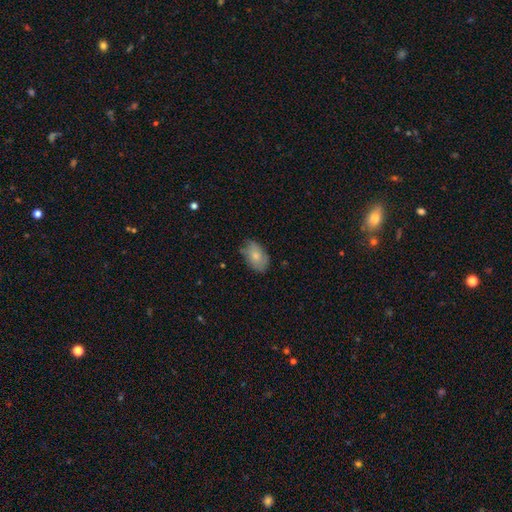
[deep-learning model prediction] This appears to be a smooth galaxy with no disk features (73%) that is in between round and cigar-shaped (89%). Merging: none (67%).